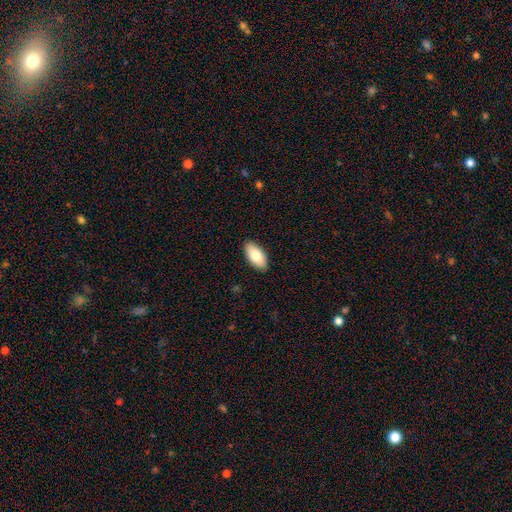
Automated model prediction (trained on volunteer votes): Smooth or featured? Predicted: smooth (p=0.79). How rounded? Predicted: in between (p=0.93). Merging? Predicted: none (p=0.88).